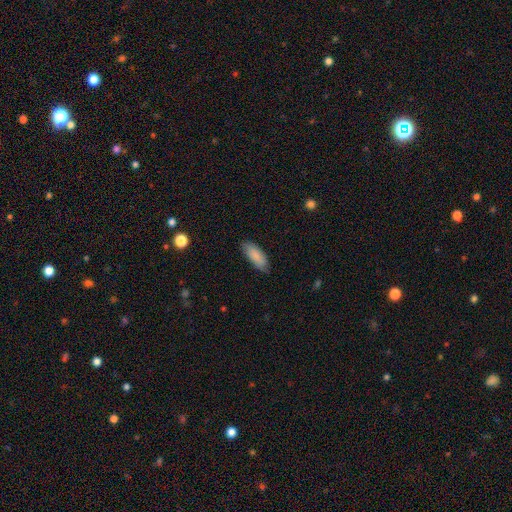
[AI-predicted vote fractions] Smooth or featured? Predicted: smooth (p=0.85). How rounded? Predicted: in between (p=0.74). Merging? Predicted: none (p=0.80).